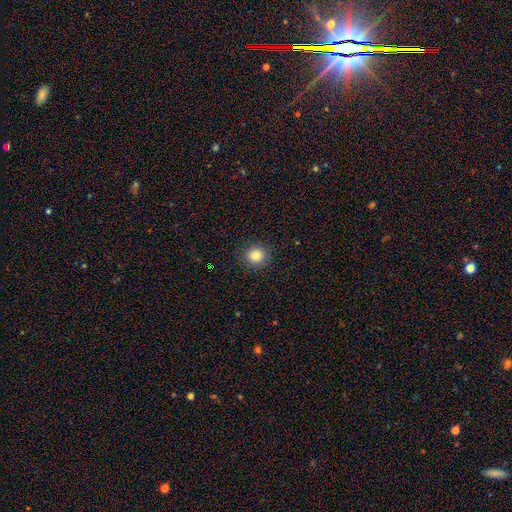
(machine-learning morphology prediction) Q: Smooth or featured?
A: smooth (82%); runner-up: star or artifact (12%)
Q: How rounded?
A: round (93%); runner-up: in between (6%)
Q: Merging?
A: none (90%); runner-up: minor disturbance (7%)